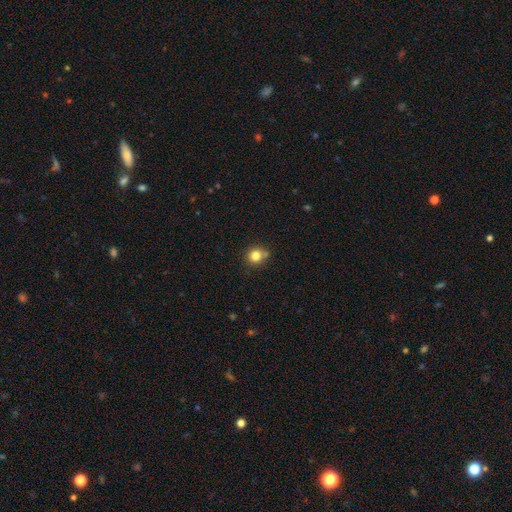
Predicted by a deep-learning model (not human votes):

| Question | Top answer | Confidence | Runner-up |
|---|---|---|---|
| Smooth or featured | smooth | 82% | star or artifact (12%) |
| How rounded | round | 88% | in between (12%) |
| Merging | none | 73% | minor disturbance (14%) |